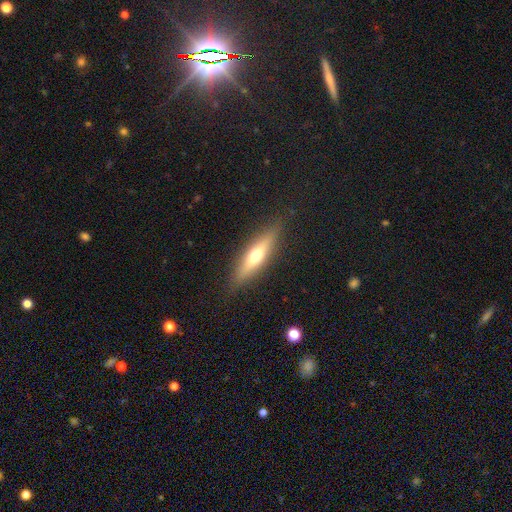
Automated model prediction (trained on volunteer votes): This is possibly a smooth galaxy (52%). How rounded: likely cigar-shaped (72%). Merging: clearly none (87%).